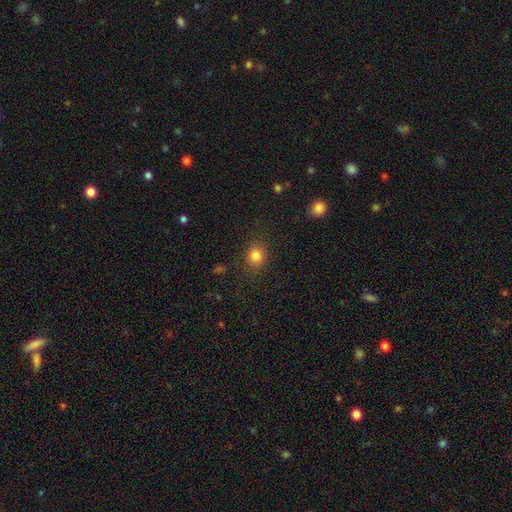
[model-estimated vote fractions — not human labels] Morphology: type=smooth (83%); roundness=round (71%); merging=none (84%).